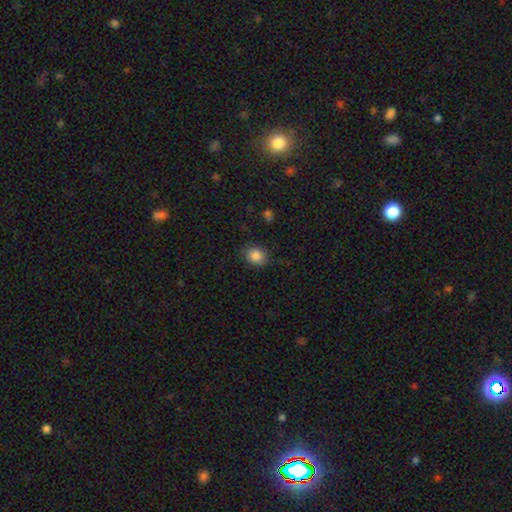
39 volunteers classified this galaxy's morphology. Q: Smooth or featured?
A: smooth (85%); runner-up: featured or disk (8%)
Q: How rounded?
A: round (61%); runner-up: in between (36%)
Q: Merging?
A: none (92%); runner-up: minor disturbance (8%)